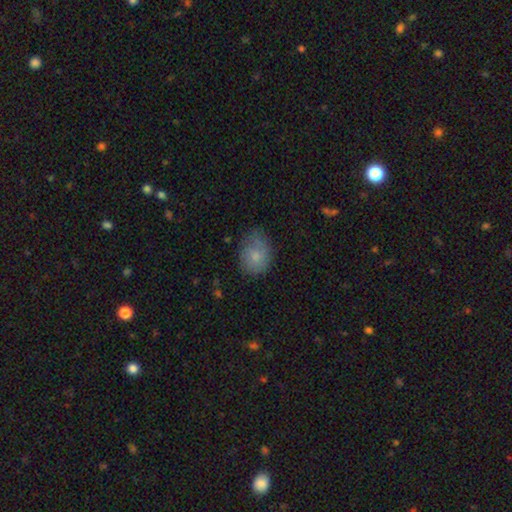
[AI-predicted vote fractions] Q: Smooth or featured?
A: smooth (76%); runner-up: featured or disk (16%)
Q: How rounded?
A: in between (53%); runner-up: round (46%)
Q: Merging?
A: none (58%); runner-up: minor disturbance (31%)